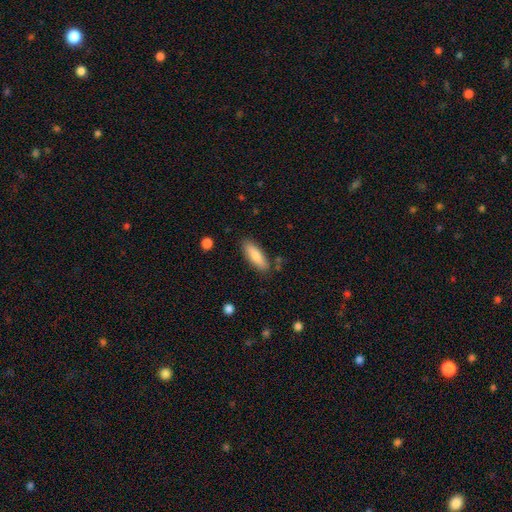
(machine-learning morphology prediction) type=smooth (79%); roundness=in between (54%); merging=none (84%).